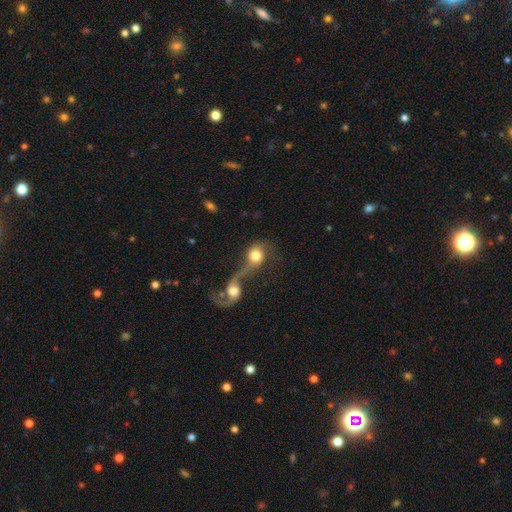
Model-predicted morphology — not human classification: Smooth or featured? Predicted: smooth (p=0.61). How rounded? Predicted: round (p=0.65). Merging? Predicted: merger (p=0.74).